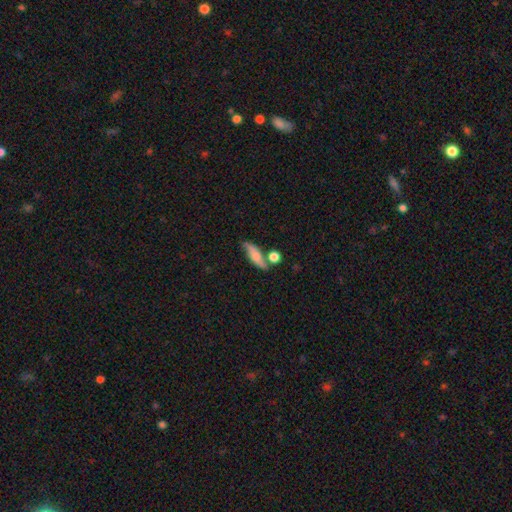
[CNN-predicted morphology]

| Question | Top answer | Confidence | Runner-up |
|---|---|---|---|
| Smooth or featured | smooth | 52% | featured or disk (40%) |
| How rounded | in between | 54% | cigar-shaped (39%) |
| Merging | none | 56% | minor disturbance (19%) |